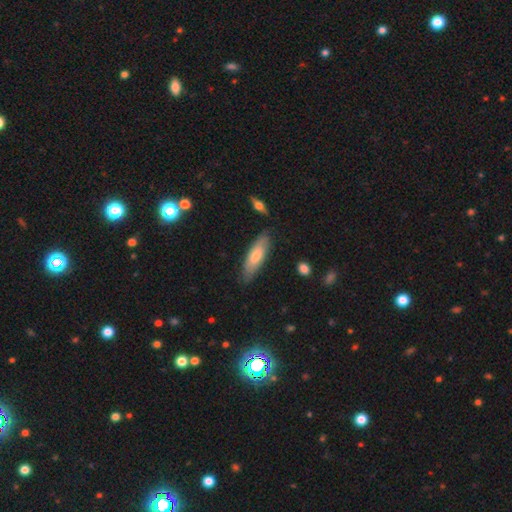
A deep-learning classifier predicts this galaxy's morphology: This is likely a smooth galaxy (69%). How rounded: possibly cigar-shaped (53%). Merging: clearly none (83%).